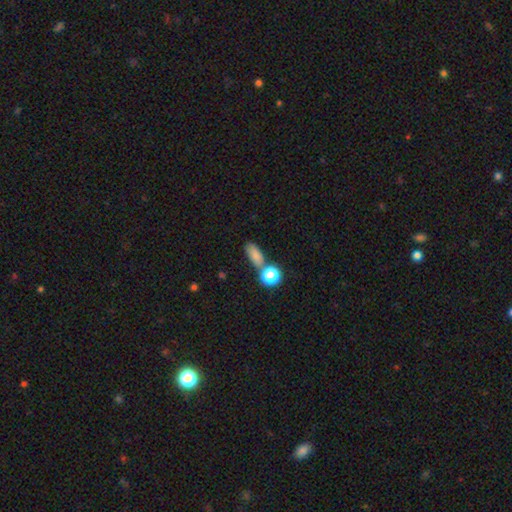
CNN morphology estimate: smooth_or_featured: smooth (p=0.78) [alt: star or artifact p=0.14]
how_rounded: in between (p=0.72) [alt: round p=0.14]
merging: none (p=0.62) [alt: merger p=0.20]